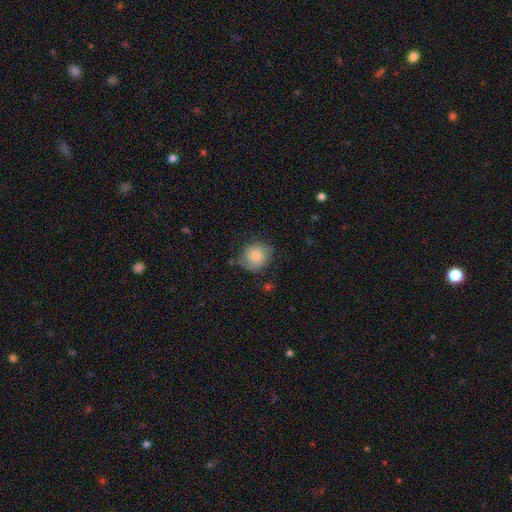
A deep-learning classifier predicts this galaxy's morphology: type=smooth (76%); roundness=round (83%); merging=none (61%).